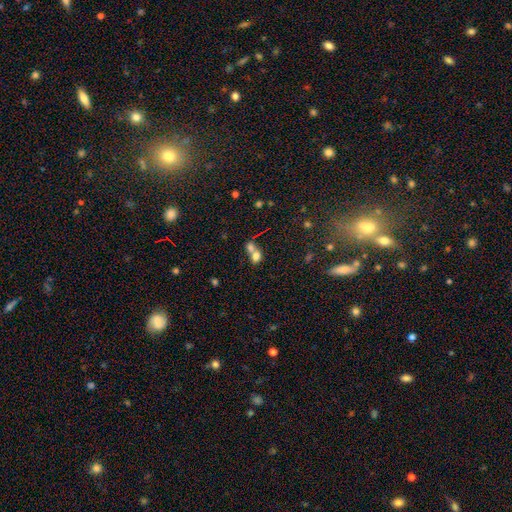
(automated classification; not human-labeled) A smooth galaxy with no disk features (62%) that is round (56%). Merging: merger (54%).